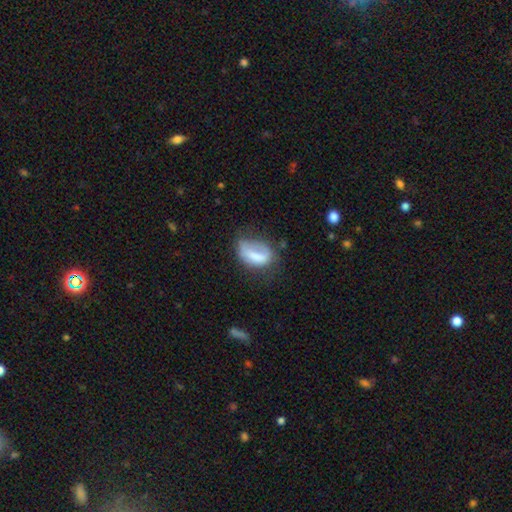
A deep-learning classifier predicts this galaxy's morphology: This is likely a smooth galaxy (65%). How rounded: clearly in between (85%). Merging: marginally major disturbance (33%).